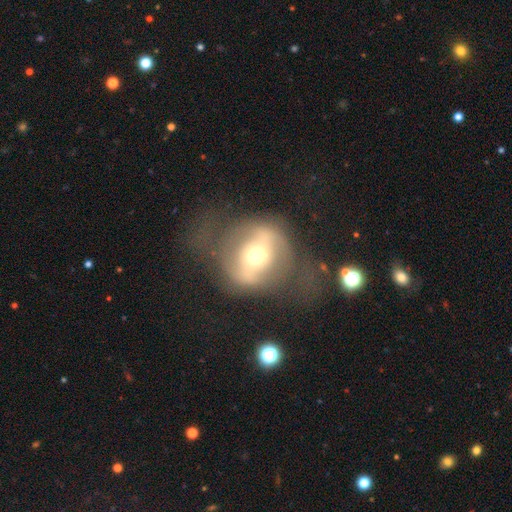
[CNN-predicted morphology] Q: Smooth or featured?
A: featured or disk (64%); runner-up: smooth (29%)
Q: Edge-on disk?
A: no (90%); runner-up: yes (10%)
Q: Bar?
A: strong (46%); runner-up: no (28%)
Q: Spiral arms?
A: no (64%); runner-up: yes (36%)
Q: Bulge size?
A: moderate (63%); runner-up: small (22%)
Q: Merging?
A: none (53%); runner-up: major disturbance (25%)